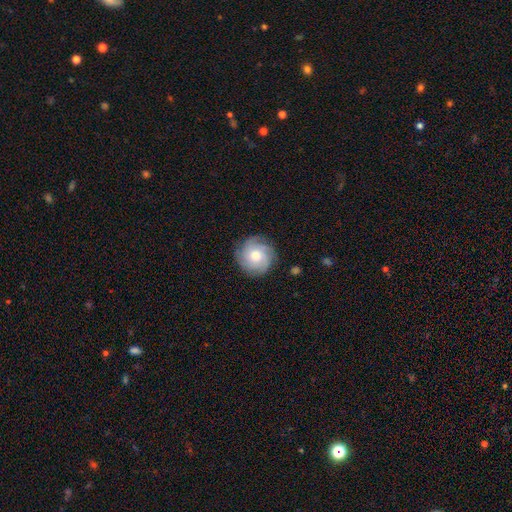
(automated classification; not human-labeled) A featured or disk galaxy (59%) with no bar (81%), tight (64%) spiral arms (91%) and a moderate central bulge (71%). Merging: none (84%).